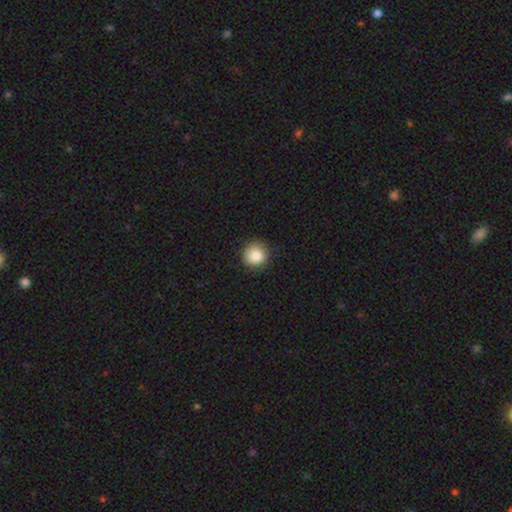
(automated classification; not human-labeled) smooth-or-featured: smooth: 85% | star or artifact: 9% | featured or disk: 6%
  how-rounded: round: 93% | in between: 6% | cigar-shaped: 1%
  merging: none: 85% | minor disturbance: 11% | major disturbance: 3% | merger: 1%